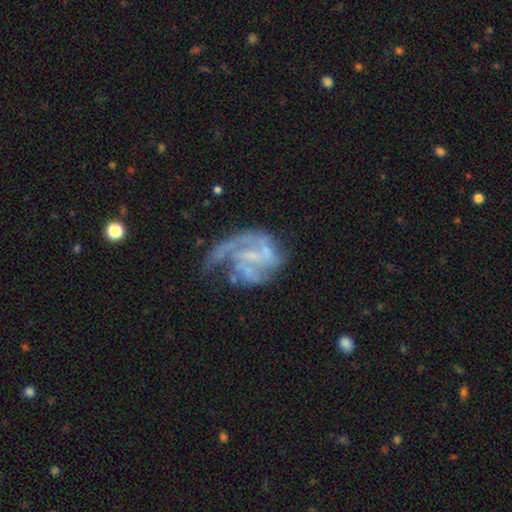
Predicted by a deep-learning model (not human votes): Smooth or featured?
  - featured or disk: 80% *
  - smooth: 12%
  - star or artifact: 8%
Edge-on disk?
  - no: 98% *
  - yes: 2%
Bar?
  - weak: 42% *
  - no: 38%
  - strong: 20%
Spiral arms?
  - yes: 83% *
  - no: 17%
Spiral winding?
  - medium: 42% *
  - tight: 31%
  - loose: 27%
Spiral arm count?
  - 2: 33% *
  - 1: 24%
  - can't tell: 22%
  - 3: 14%
  - 4: 4%
  - more than 4: 3%
Bulge size?
  - none: 51% *
  - small: 33%
  - moderate: 13%
  - large: 2%
  - dominant: 1%
Merging?
  - major disturbance: 37% *
  - none: 36%
  - minor disturbance: 21%
  - merger: 6%